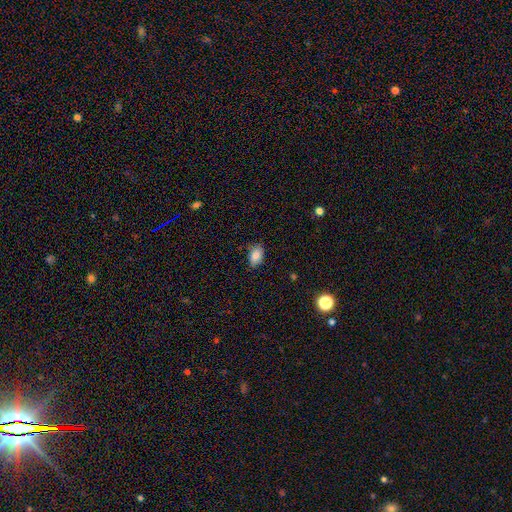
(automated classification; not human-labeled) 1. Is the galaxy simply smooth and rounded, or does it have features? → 84% smooth, 9% star or artifact, 7% featured or disk.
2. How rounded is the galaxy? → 88% in between, 10% round, 2% cigar-shaped.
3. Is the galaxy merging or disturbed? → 74% none, 21% minor disturbance, 3% major disturbance, 1% merger.